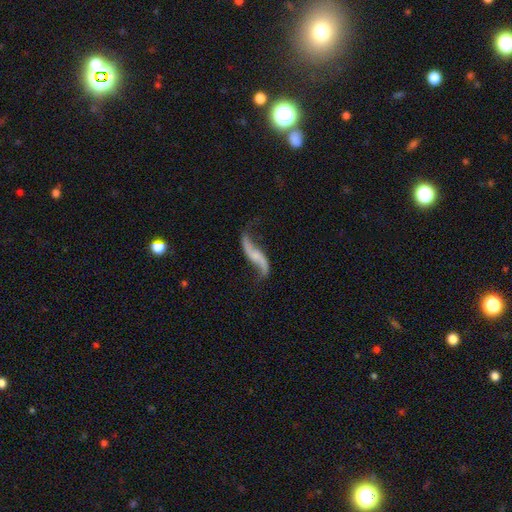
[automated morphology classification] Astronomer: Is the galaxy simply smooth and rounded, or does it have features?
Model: featured or disk — 85%.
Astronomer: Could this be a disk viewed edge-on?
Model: no — 86%.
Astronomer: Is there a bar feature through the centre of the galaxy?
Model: no — 55%.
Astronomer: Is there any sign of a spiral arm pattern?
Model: yes — 94%.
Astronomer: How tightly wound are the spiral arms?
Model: loose — 94%.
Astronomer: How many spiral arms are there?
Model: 2 — 93%.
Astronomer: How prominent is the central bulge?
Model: none — 41% (runner-up: small, 40%).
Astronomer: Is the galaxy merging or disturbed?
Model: none — 67%.